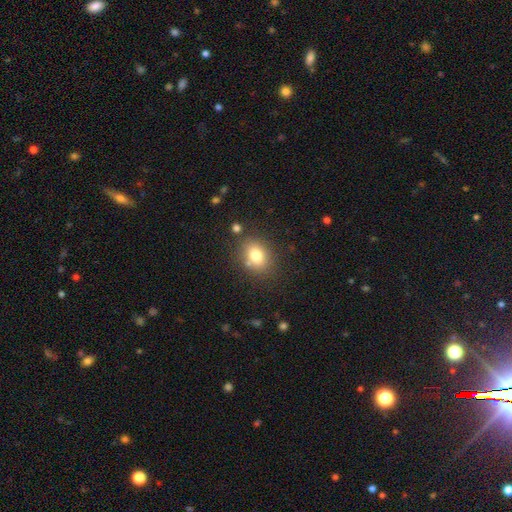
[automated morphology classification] Smooth or featured: smooth — 78% (star or artifact — 11%)
How rounded: in between — 59% (round — 40%)
Merging: none — 78% (minor disturbance — 12%)